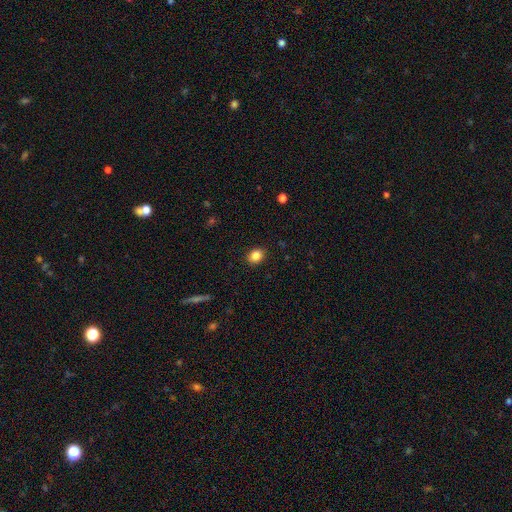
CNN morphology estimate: Overall: smooth (85%). How rounded: round (57%; in between 42%). Merging: none (89%).